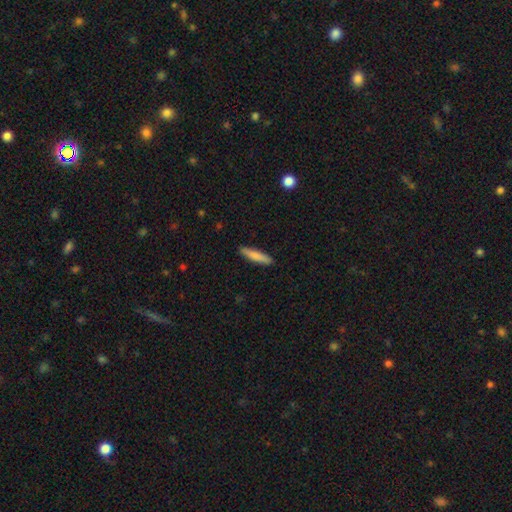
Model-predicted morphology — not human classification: Q: Smooth or featured?
A: smooth (81%); runner-up: featured or disk (13%)
Q: How rounded?
A: cigar-shaped (87%); runner-up: in between (11%)
Q: Merging?
A: none (90%); runner-up: minor disturbance (8%)